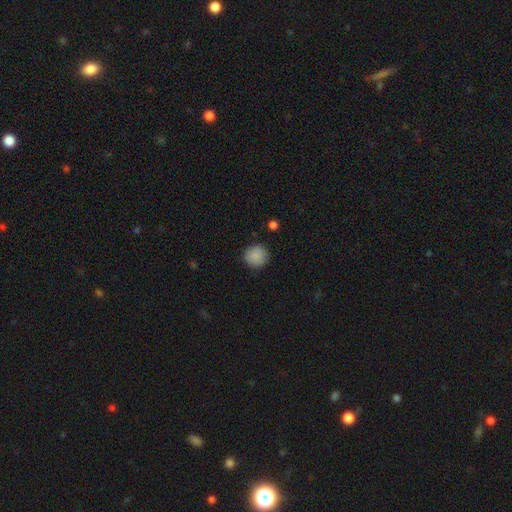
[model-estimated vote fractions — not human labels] The model was most divided on "merging": none: 88%, minor disturbance: 8%, major disturbance: 2%, merger: 1%. More confident: how rounded — round (91%); smooth or featured — smooth (88%).